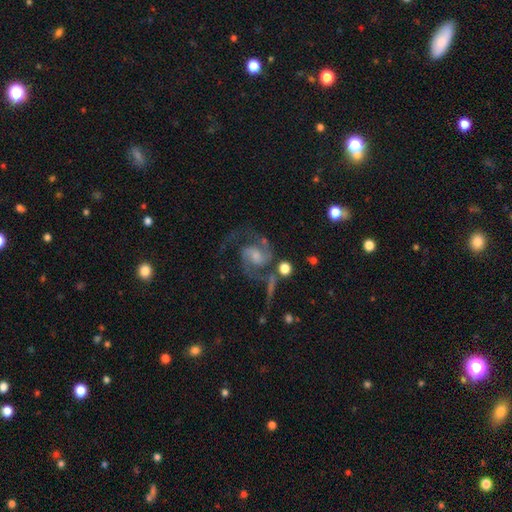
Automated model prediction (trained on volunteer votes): Morphology: type=featured or disk (89%); edge-on=no (98%); bar=weak (44%, tied with no); spiral arms=yes (97%); winding=medium (59%); arm count=2 (90%); bulge=small (48%); merging=none (62%).